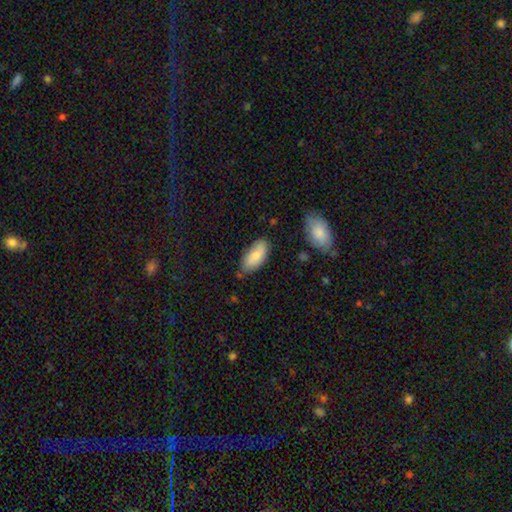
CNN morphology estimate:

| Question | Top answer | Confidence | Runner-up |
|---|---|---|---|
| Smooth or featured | smooth | 75% | featured or disk (19%) |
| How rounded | in between | 91% | cigar-shaped (7%) |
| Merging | none | 73% | minor disturbance (21%) |